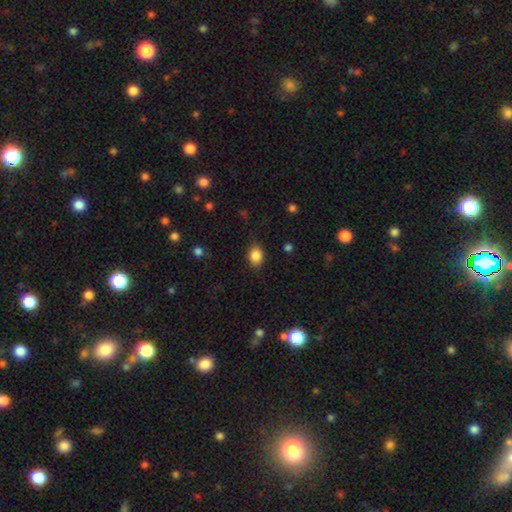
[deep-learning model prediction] Smooth or featured?
  - smooth: 86% *
  - star or artifact: 9%
  - featured or disk: 5%
How rounded?
  - in between: 61% *
  - round: 38%
  - cigar-shaped: 1%
Merging?
  - none: 84% *
  - minor disturbance: 12%
  - major disturbance: 3%
  - merger: 1%